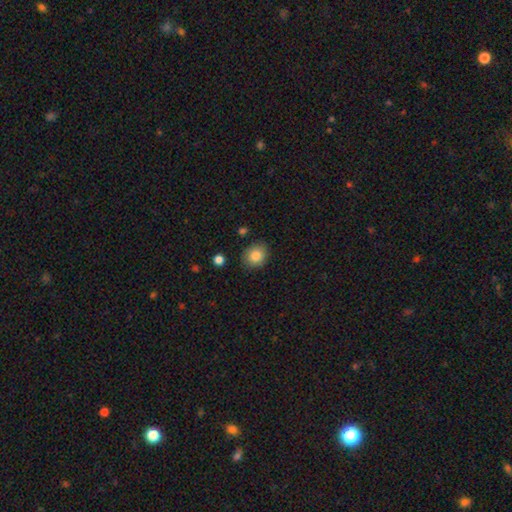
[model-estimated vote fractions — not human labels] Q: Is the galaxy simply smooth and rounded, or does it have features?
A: smooth — 85%.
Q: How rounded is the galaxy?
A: round — 62%.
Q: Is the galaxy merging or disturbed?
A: none — 84%.